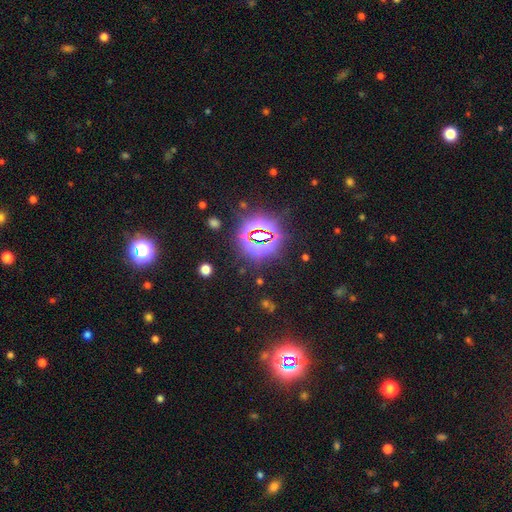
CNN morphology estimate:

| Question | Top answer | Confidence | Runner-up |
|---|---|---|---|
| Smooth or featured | star or artifact | 82% | smooth (10%) |